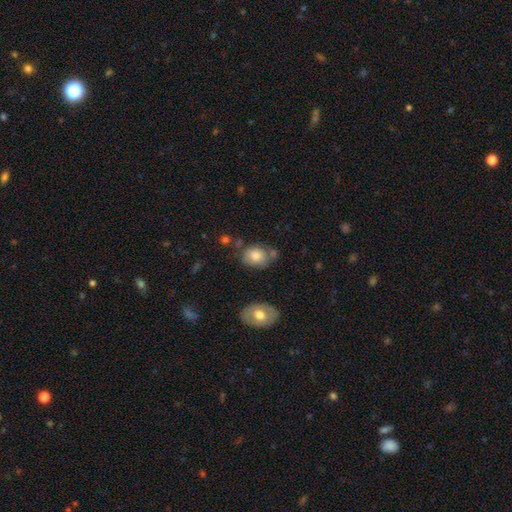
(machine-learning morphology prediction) Q: Smooth or featured?
A: smooth (76%); runner-up: featured or disk (17%)
Q: How rounded?
A: in between (68%); runner-up: round (31%)
Q: Merging?
A: none (51%); runner-up: minor disturbance (27%)